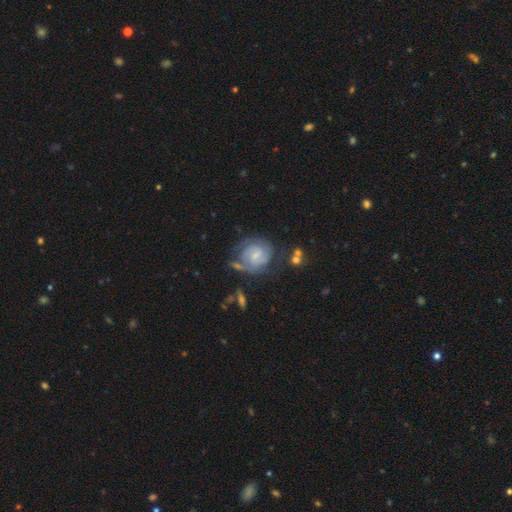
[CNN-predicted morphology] Smooth or featured?
  - featured or disk: 65% *
  - smooth: 27%
  - star or artifact: 7%
Edge-on disk?
  - no: 98% *
  - yes: 2%
Bar?
  - weak: 48% *
  - no: 43%
  - strong: 9%
Spiral arms?
  - yes: 84% *
  - no: 16%
Spiral winding?
  - tight: 55% *
  - medium: 33%
  - loose: 12%
Spiral arm count?
  - 2: 40% *
  - can't tell: 37%
  - 3: 11%
  - 1: 6%
  - 4: 3%
  - more than 4: 3%
Bulge size?
  - small: 62% *
  - moderate: 24%
  - none: 10%
  - large: 3%
  - dominant: 1%
Merging?
  - none: 52% *
  - minor disturbance: 22%
  - major disturbance: 16%
  - merger: 10%